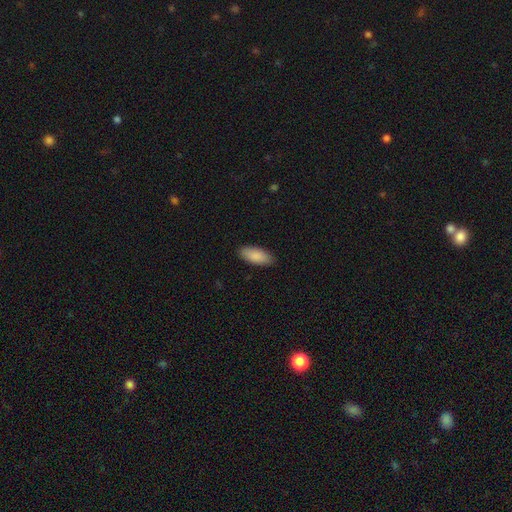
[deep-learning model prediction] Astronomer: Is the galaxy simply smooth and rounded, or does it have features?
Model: smooth — 89%.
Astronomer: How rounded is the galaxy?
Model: in between — 86%.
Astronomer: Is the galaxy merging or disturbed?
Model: none — 88%.